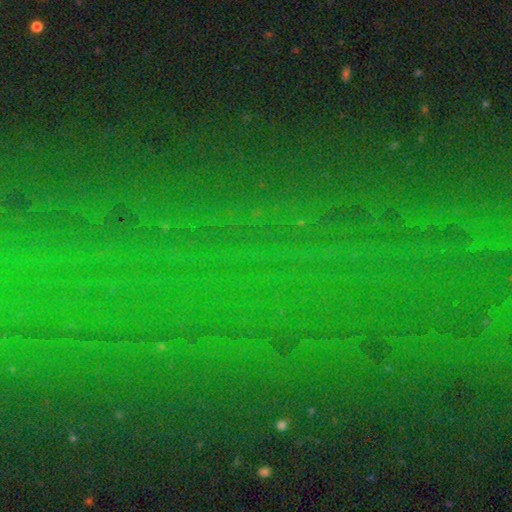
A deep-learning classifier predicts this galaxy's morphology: This appears to be a star or artifact, not a galaxy (84%).